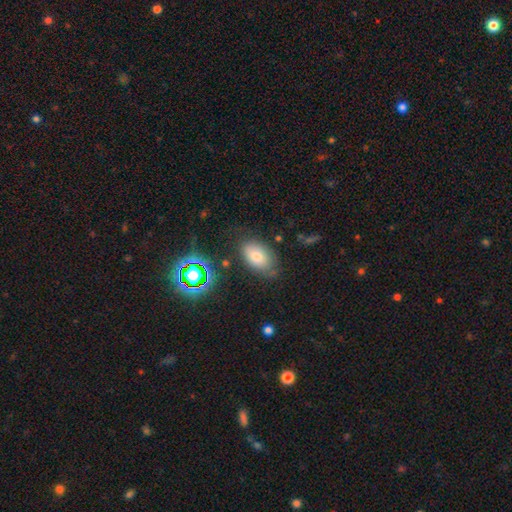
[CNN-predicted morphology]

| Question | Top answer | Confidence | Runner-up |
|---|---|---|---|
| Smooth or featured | smooth | 71% | star or artifact (15%) |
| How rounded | in between | 89% | round (9%) |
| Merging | none | 74% | minor disturbance (18%) |